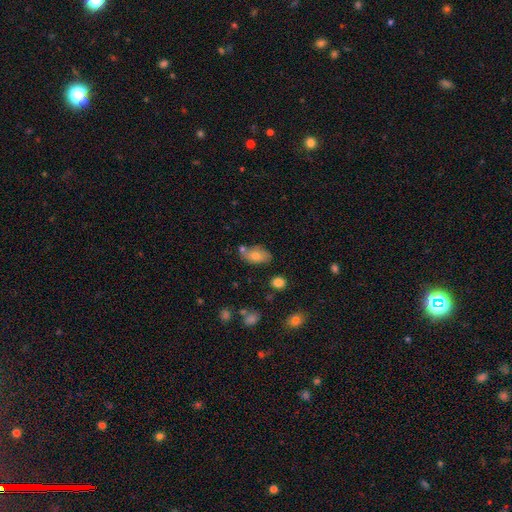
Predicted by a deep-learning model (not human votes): This appears to be a smooth galaxy with no disk features (73%) that is in between round and cigar-shaped (90%). Merging: none (65%).